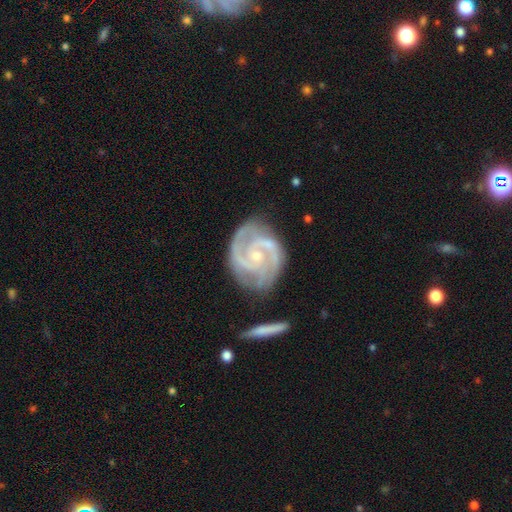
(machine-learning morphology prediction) This is clearly a featured or disk galaxy (92%). It is clearly not viewed edge-on (98%). Bar: possibly no (57%). Spiral arm pattern: clearly yes (98%). Spiral arm count: likely 2 (73%). Spiral winding: possibly tight (49%). Central bulge: likely small (73%). Merging: likely none (69%).